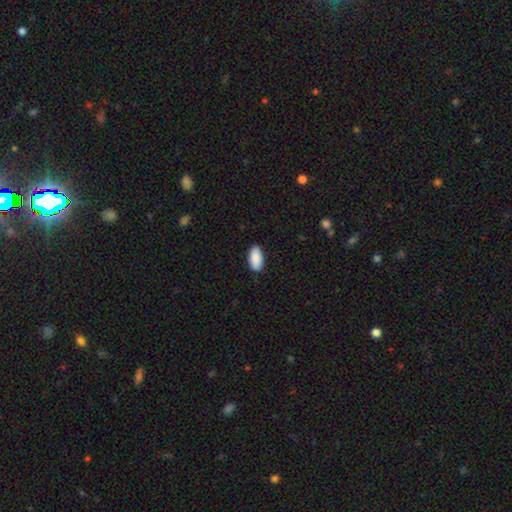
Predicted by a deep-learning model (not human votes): Smooth or featured? smooth (91%)
How rounded? in between (93%)
Merging? none (88%)